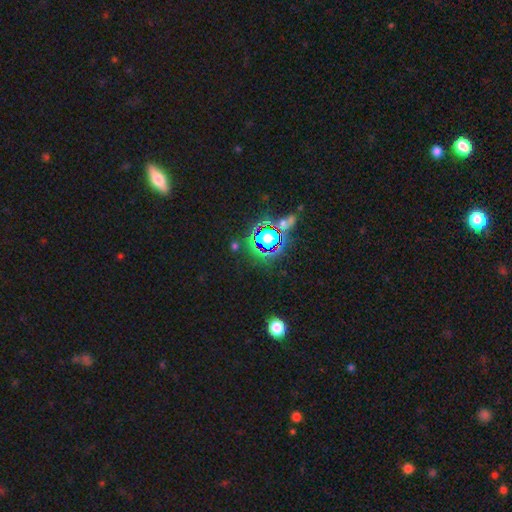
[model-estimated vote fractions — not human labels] Morphology: type=star or artifact (77%).